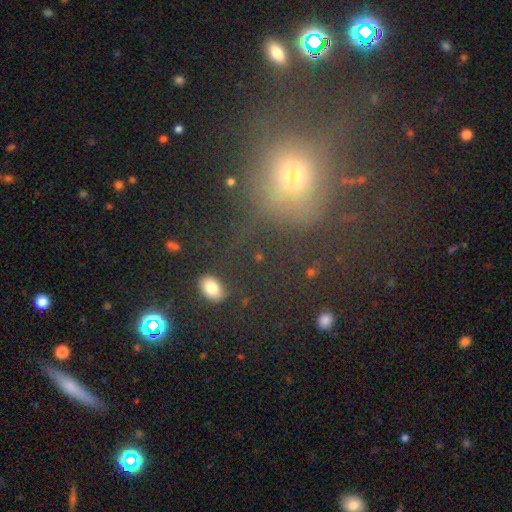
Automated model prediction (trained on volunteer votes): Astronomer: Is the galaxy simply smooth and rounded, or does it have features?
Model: smooth — 55% (runner-up: star or artifact, 31%).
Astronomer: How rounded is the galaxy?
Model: round — 78%.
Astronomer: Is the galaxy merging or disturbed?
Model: none — 66%.